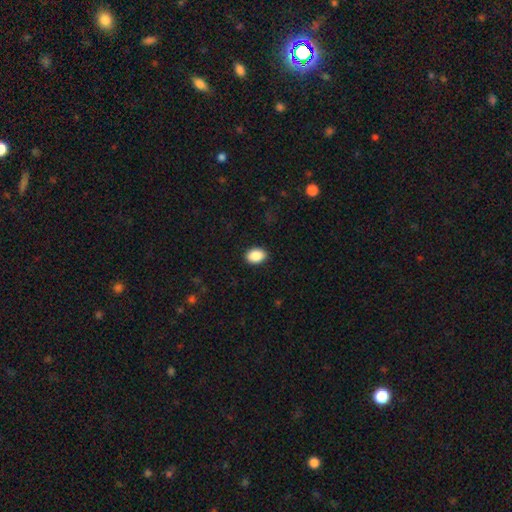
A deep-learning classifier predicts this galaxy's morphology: smooth 89%, star or artifact 7%, featured or disk 3%. Down the decision tree: how rounded — in between (80%); merging — none (90%).